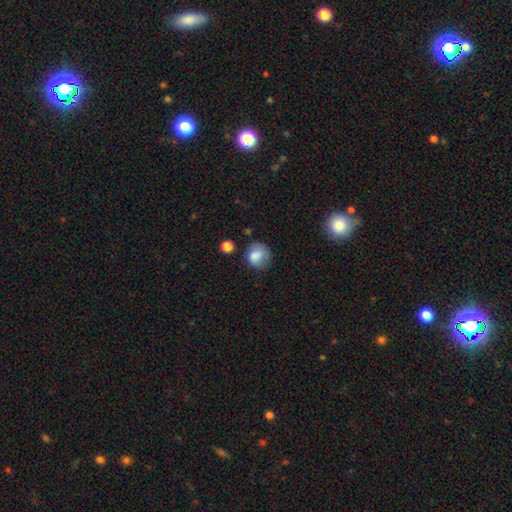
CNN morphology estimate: Smooth or featured: smooth — 81% (featured or disk — 9%)
How rounded: round — 74% (in between — 25%)
Merging: none — 62% (minor disturbance — 25%)